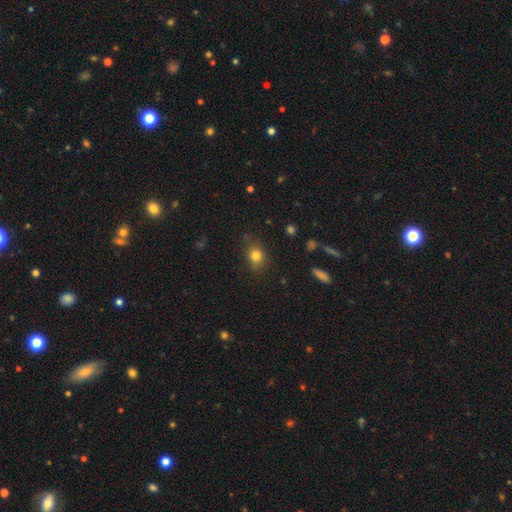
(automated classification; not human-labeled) smooth-or-featured: smooth: 81% | star or artifact: 11% | featured or disk: 7%
  how-rounded: round: 52% | in between: 47% | cigar-shaped: 1%
  merging: none: 75% | minor disturbance: 18% | major disturbance: 5% | merger: 2%